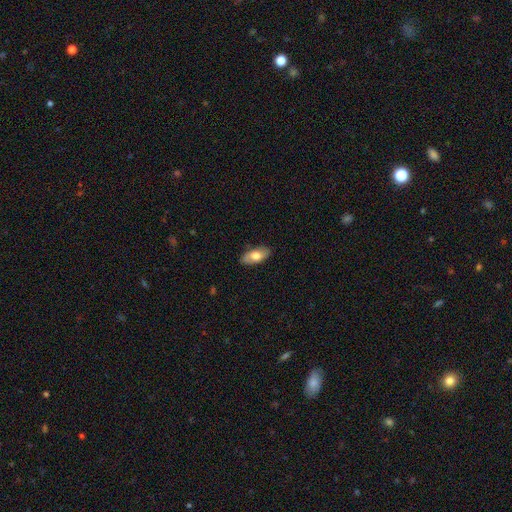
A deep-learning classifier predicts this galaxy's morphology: type=smooth (70%); roundness=in between (88%); merging=none (86%).